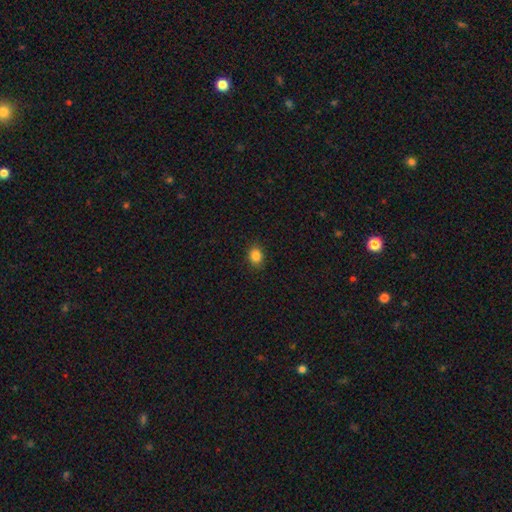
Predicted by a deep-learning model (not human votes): A smooth galaxy with no disk features (85%) that is round (51%).

Vote fractions:
- Smooth or featured? smooth: 85% / star or artifact: 11% / featured or disk: 4%
- How rounded? round: 51% / in between: 48% / cigar-shaped: 1%
- Merging? none: 89% / minor disturbance: 8% / major disturbance: 2% / merger: 1%